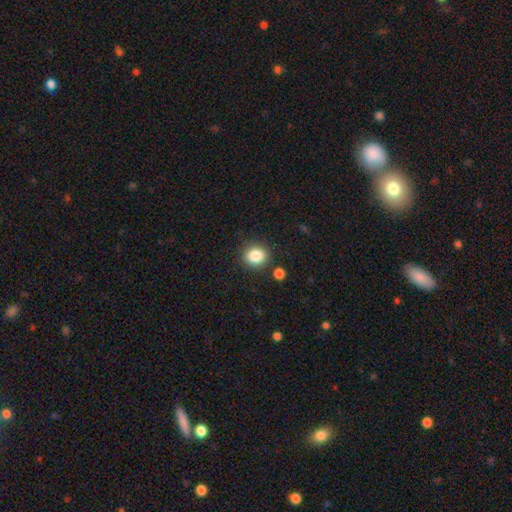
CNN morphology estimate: The model was most divided on "how rounded": round: 76%, in between: 23%, cigar-shaped: 1%. More confident: smooth or featured — smooth (85%); merging — none (84%).